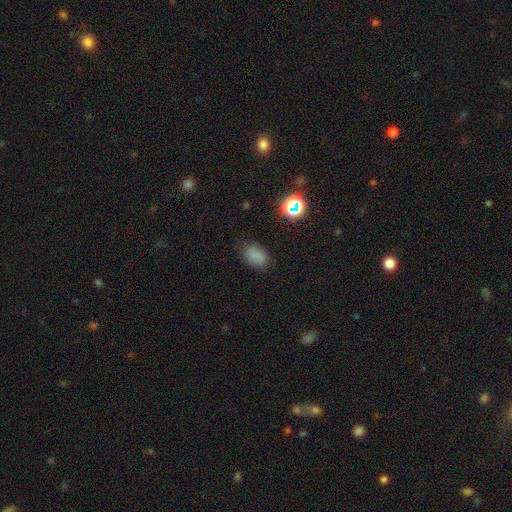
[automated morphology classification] Q: Smooth or featured?
A: smooth (79%); runner-up: star or artifact (15%)
Q: How rounded?
A: in between (84%); runner-up: round (15%)
Q: Merging?
A: none (77%); runner-up: minor disturbance (17%)